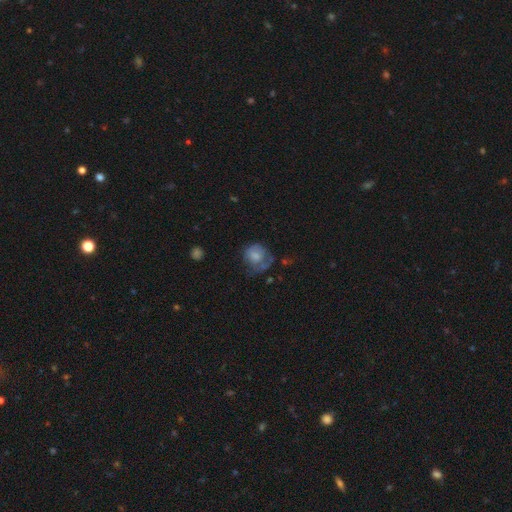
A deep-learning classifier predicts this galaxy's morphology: This appears to be a smooth galaxy with no disk features (62%) that is round (75%). Merging: none (40%).